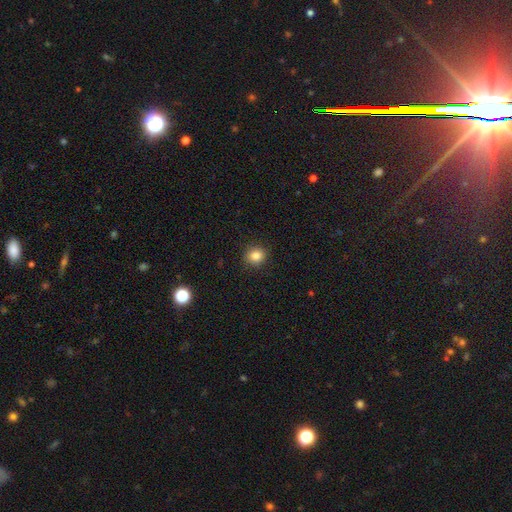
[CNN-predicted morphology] smooth-or-featured: smooth: 84% | star or artifact: 11% | featured or disk: 5%
  how-rounded: round: 82% | in between: 17% | cigar-shaped: 1%
  merging: none: 90% | minor disturbance: 7% | major disturbance: 2% | merger: 1%